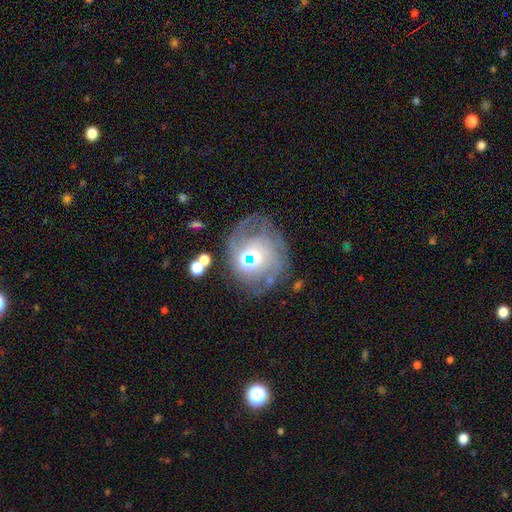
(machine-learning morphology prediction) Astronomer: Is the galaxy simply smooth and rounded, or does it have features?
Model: featured or disk — 59%.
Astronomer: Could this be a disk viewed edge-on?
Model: no — 97%.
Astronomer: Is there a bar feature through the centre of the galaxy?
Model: no — 64%.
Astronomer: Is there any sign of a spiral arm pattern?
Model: yes — 66%.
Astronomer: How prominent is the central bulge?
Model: moderate — 49%.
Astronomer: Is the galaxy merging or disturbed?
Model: none — 55%.